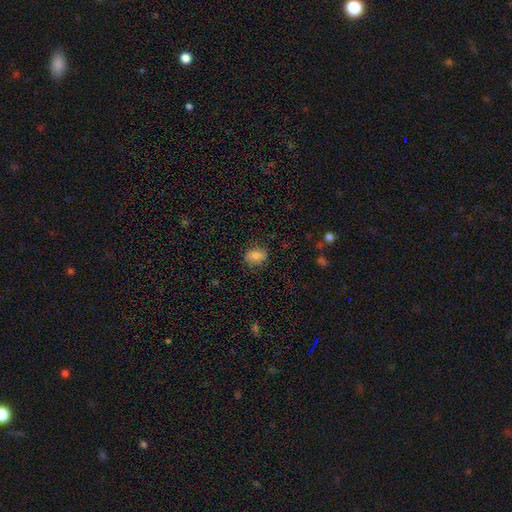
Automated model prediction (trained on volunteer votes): Q: Smooth or featured?
A: smooth (83%); runner-up: star or artifact (9%)
Q: How rounded?
A: in between (62%); runner-up: round (36%)
Q: Merging?
A: none (81%); runner-up: minor disturbance (15%)